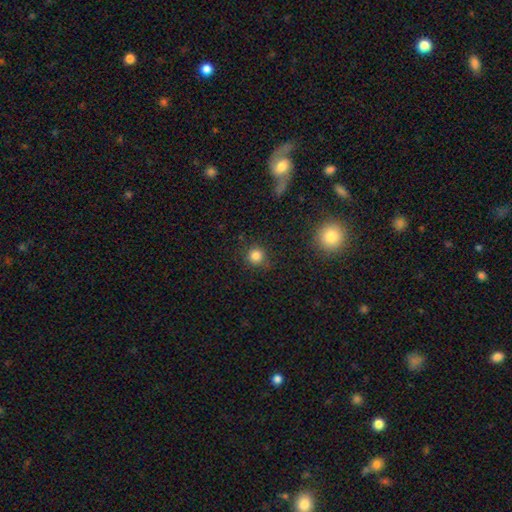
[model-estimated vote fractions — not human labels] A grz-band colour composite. It shows a smooth galaxy with no disk features (82%) that is round (92%). Merging: none (85%).